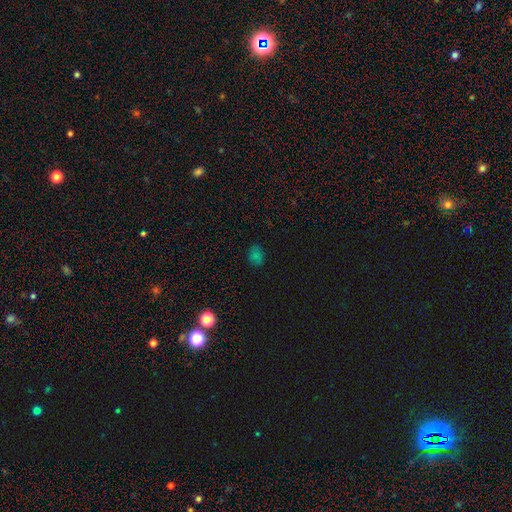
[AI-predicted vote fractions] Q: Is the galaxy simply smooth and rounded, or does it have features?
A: smooth — 57%.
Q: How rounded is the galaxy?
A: in between — 55%.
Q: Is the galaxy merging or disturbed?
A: none — 78%.